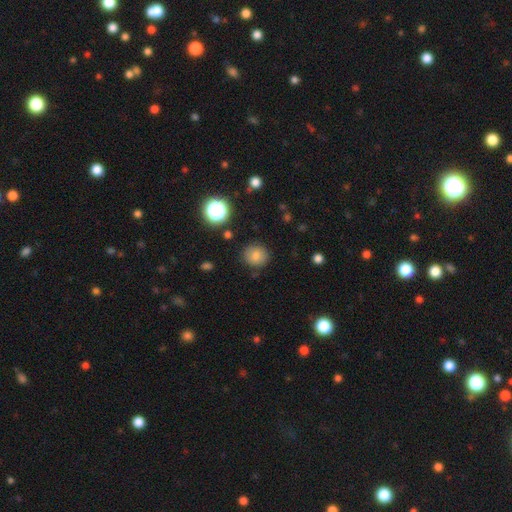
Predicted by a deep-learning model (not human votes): smooth-or-featured: smooth: 78% | star or artifact: 13% | featured or disk: 8%
  how-rounded: round: 82% | in between: 17% | cigar-shaped: 1%
  merging: none: 86% | minor disturbance: 10% | major disturbance: 3% | merger: 2%